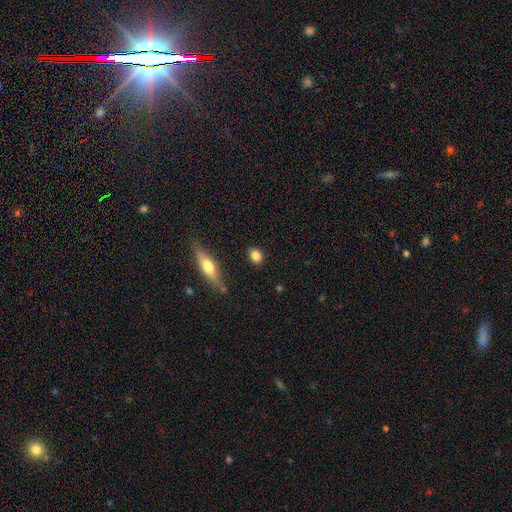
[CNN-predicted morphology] Overall: smooth (83%). How rounded: round (48%, tied with in between). Merging: none (86%).